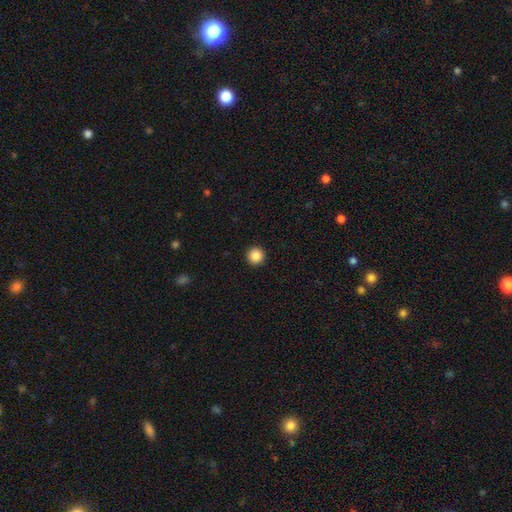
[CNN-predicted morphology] type=smooth (87%); roundness=round (96%); merging=none (94%).